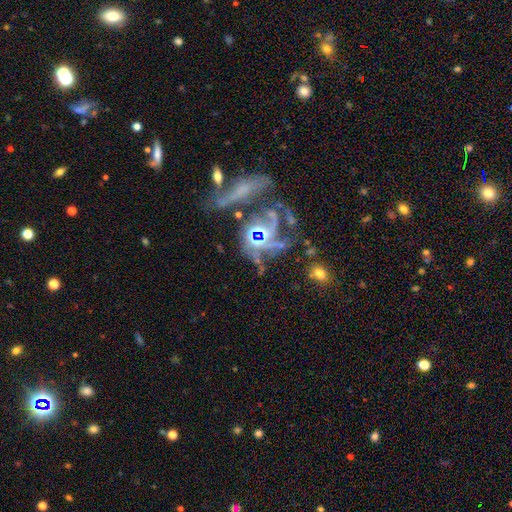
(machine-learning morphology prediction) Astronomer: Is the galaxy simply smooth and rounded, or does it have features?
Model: featured or disk — 49% (runner-up: star or artifact, 32%).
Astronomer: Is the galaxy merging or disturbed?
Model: none — 39% (runner-up: major disturbance, 24%).